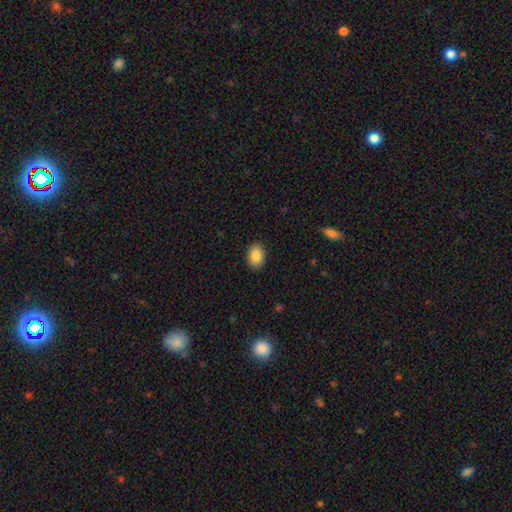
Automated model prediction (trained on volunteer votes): Overall: smooth (87%). How rounded: in between (77%). Merging: none (90%).